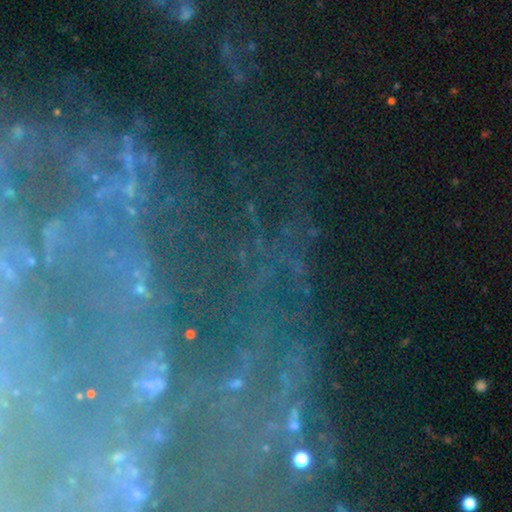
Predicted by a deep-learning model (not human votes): Overall: star or artifact (44%; featured or disk 43%).